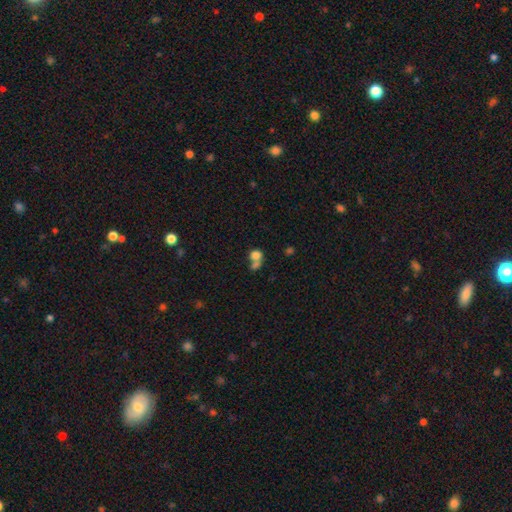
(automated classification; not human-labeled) smooth_or_featured: smooth (p=0.77) [alt: featured or disk p=0.12]
how_rounded: round (p=0.62) [alt: in between p=0.37]
merging: merger (p=0.58) [alt: none p=0.27]